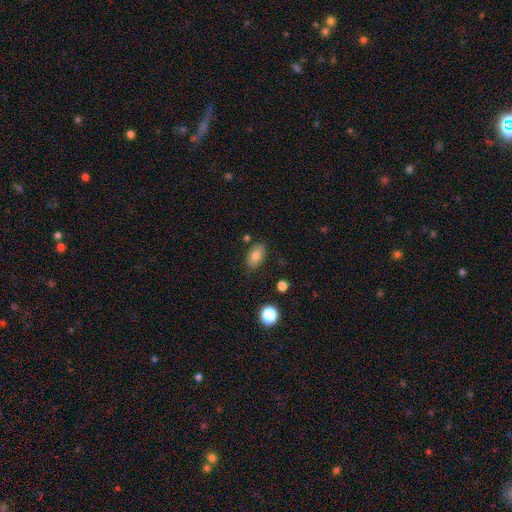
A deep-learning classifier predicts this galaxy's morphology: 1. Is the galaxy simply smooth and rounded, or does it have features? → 76% smooth, 14% featured or disk, 10% star or artifact.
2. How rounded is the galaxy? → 89% in between, 9% round, 2% cigar-shaped.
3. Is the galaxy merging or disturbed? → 81% none, 13% minor disturbance, 3% merger, 3% major disturbance.